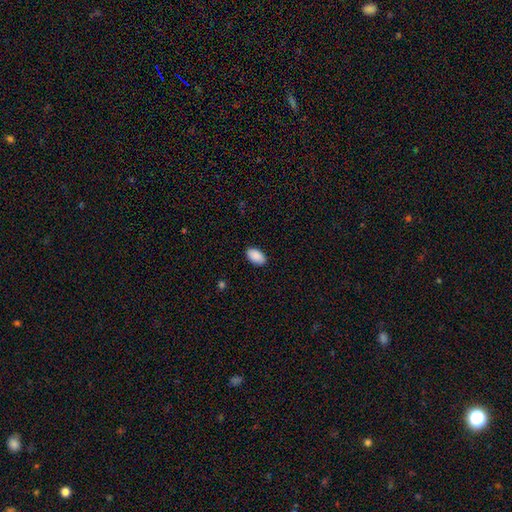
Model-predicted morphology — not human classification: Smooth or featured? smooth (91%)
How rounded? in between (94%)
Merging? none (89%)